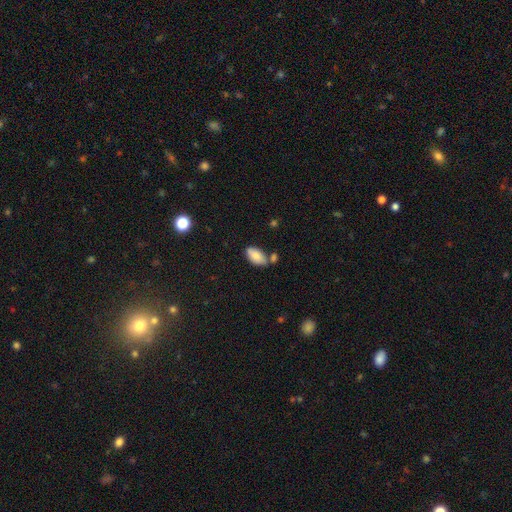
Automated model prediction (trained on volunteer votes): smooth_or_featured: smooth (p=0.80) [alt: featured or disk p=0.13]
how_rounded: in between (p=0.94) [alt: round p=0.03]
merging: none (p=0.62) [alt: minor disturbance p=0.18]